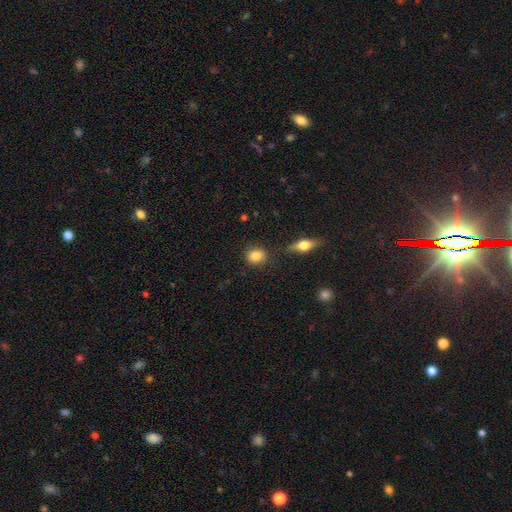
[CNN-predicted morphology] Smooth or featured?
  - smooth: 84% *
  - star or artifact: 8%
  - featured or disk: 8%
How rounded?
  - round: 65% *
  - in between: 33%
  - cigar-shaped: 2%
Merging?
  - none: 83% *
  - minor disturbance: 10%
  - merger: 5%
  - major disturbance: 3%